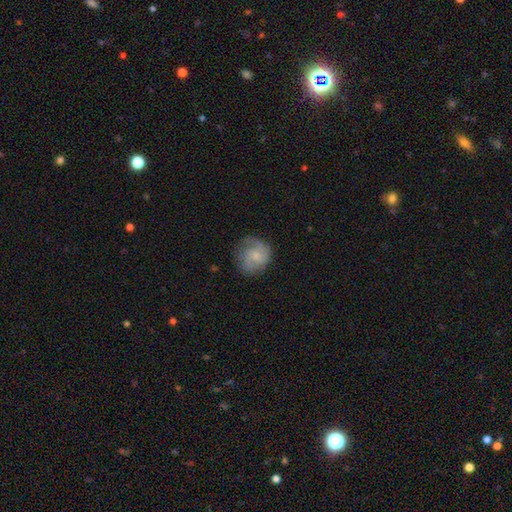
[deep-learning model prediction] Smooth or featured?
  - featured or disk: 54% *
  - smooth: 38%
  - star or artifact: 7%
Edge-on disk?
  - no: 98% *
  - yes: 2%
Bar?
  - no: 74% *
  - weak: 23%
  - strong: 3%
Spiral arms?
  - yes: 88% *
  - no: 12%
Bulge size?
  - small: 65% *
  - moderate: 25%
  - none: 7%
  - large: 2%
  - dominant: 1%
Merging?
  - none: 68% *
  - minor disturbance: 21%
  - major disturbance: 10%
  - merger: 1%